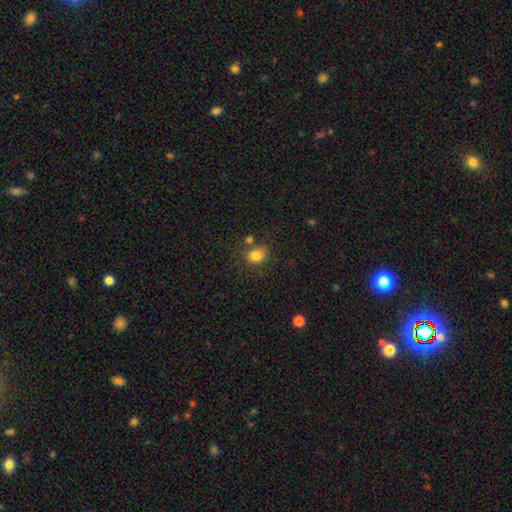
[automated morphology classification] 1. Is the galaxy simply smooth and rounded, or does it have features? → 83% smooth, 11% star or artifact, 6% featured or disk.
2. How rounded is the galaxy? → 54% in between, 45% round, 1% cigar-shaped.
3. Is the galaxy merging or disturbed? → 65% none, 16% minor disturbance, 12% merger, 6% major disturbance.